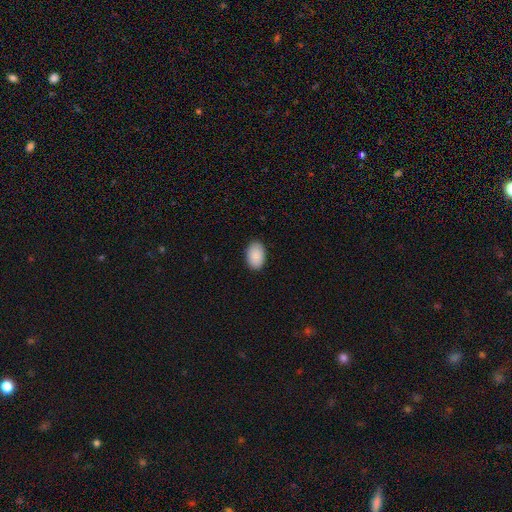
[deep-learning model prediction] The model was most divided on "merging": none: 88%, minor disturbance: 9%, major disturbance: 2%, merger: 1%. More confident: how rounded — in between (92%); smooth or featured — smooth (90%).